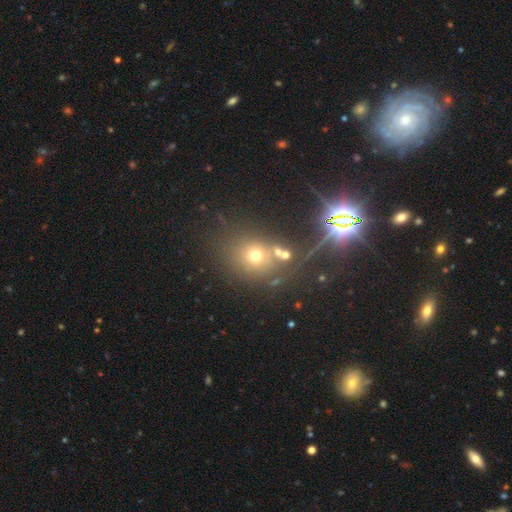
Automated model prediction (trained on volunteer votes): Smooth or featured? Predicted: smooth (p=0.53). How rounded? Predicted: round (p=0.73). Merging? Predicted: none (p=0.65).